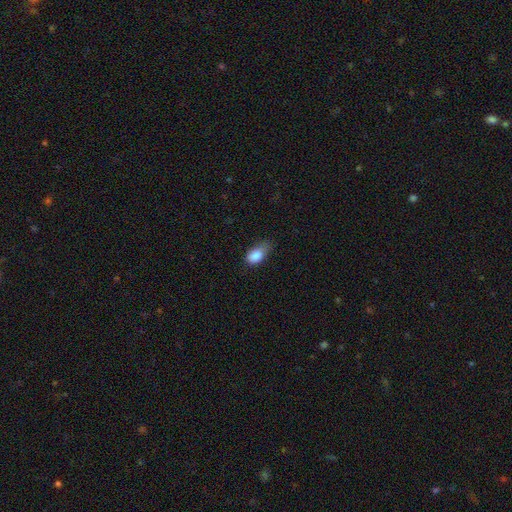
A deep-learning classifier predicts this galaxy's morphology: Smooth or featured? Predicted: smooth (p=0.86). How rounded? Predicted: in between (p=0.89). Merging? Predicted: minor disturbance (p=0.44).